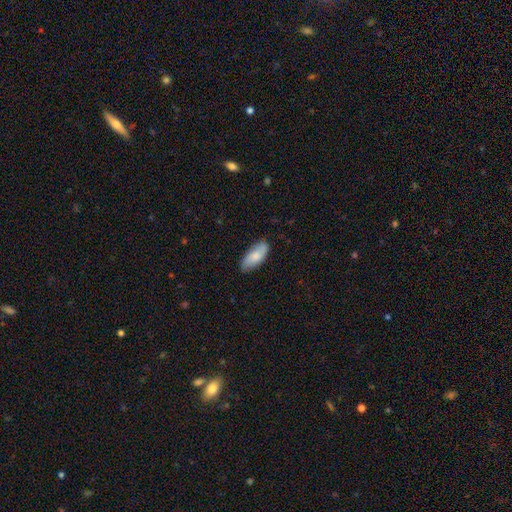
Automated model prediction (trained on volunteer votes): Overall: smooth (76%). How rounded: in between (84%). Merging: none (79%).